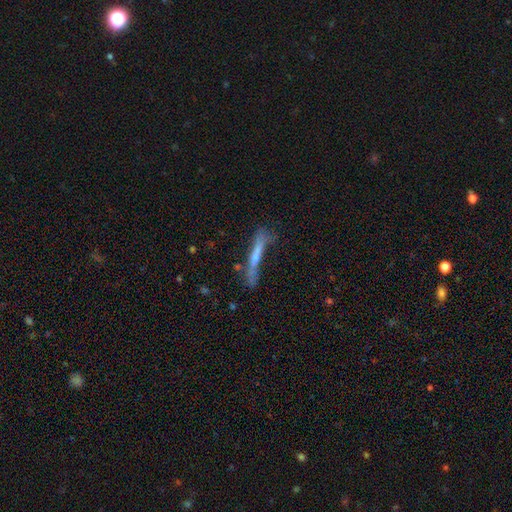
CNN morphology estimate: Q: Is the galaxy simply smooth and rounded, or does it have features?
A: featured or disk — 48%.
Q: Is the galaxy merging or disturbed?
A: none — 52%.